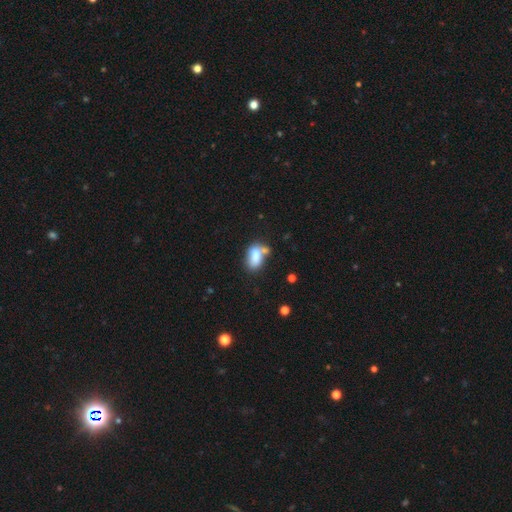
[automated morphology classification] Smooth or featured? smooth (76%)
How rounded? in between (87%)
Merging? merger (37%)